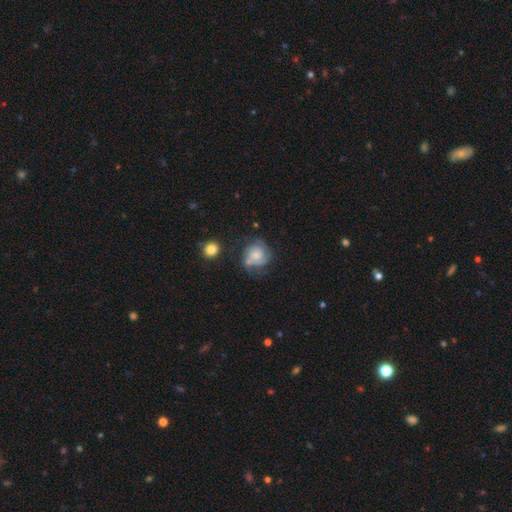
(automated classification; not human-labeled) Smooth or featured? featured or disk (68%)
Edge-on disk? no (98%)
Bar? no (72%)
Spiral arms? yes (91%)
Spiral winding? tight (55%)
Spiral arm count? 2 (45%)
Bulge size? small (43%)
Merging? none (56%)